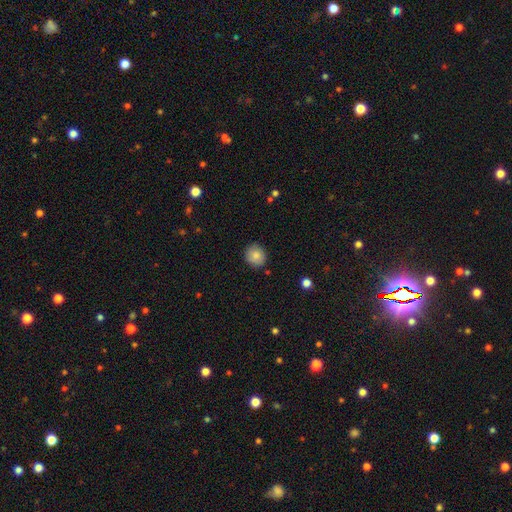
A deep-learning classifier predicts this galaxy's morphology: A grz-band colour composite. It shows a smooth galaxy with no disk features (82%) that is round (87%). Merging: none (86%).